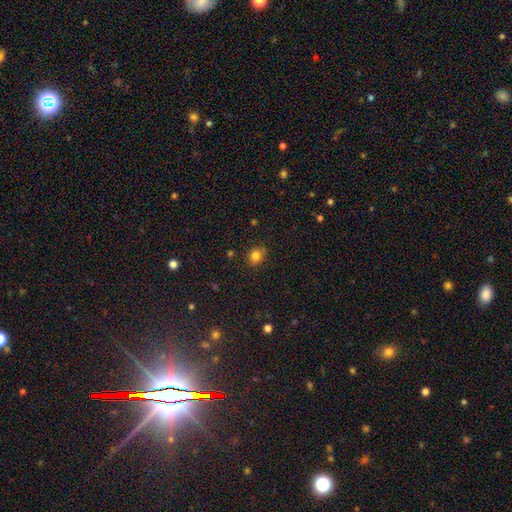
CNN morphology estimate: Smooth or featured?
  - smooth: 83% *
  - star or artifact: 12%
  - featured or disk: 6%
How rounded?
  - round: 61% *
  - in between: 38%
  - cigar-shaped: 1%
Merging?
  - none: 83% *
  - minor disturbance: 12%
  - major disturbance: 3%
  - merger: 2%